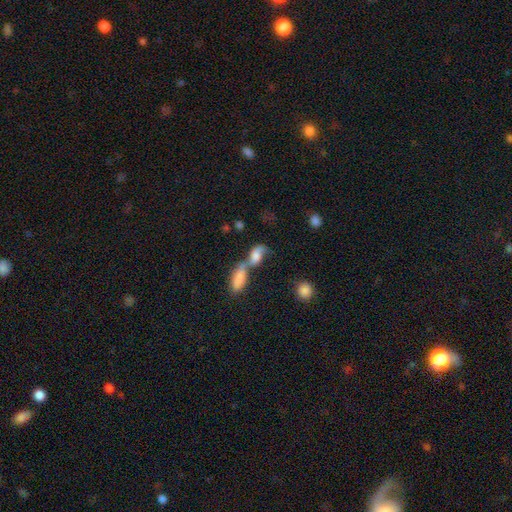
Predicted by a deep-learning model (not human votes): This appears to be a smooth galaxy with no disk features (62%) that is in between round and cigar-shaped (76%). Merging: merger (70%).